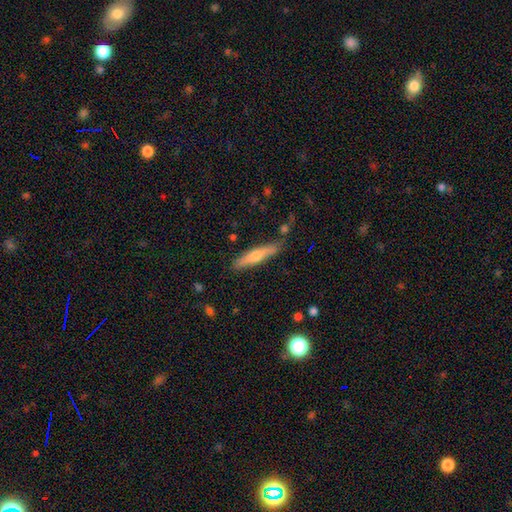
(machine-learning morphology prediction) Smooth or featured? Predicted: smooth (p=0.51). How rounded? Predicted: cigar-shaped (p=0.88). Merging? Predicted: none (p=0.83).